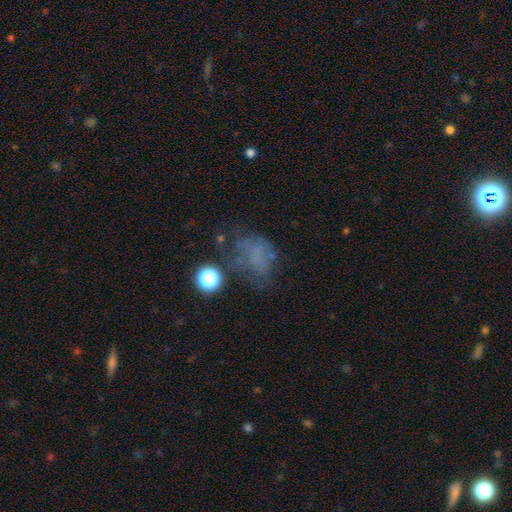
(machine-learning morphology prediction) smooth_or_featured: smooth (p=0.43) [alt: featured or disk p=0.31]
merging: none (p=0.39) [alt: major disturbance p=0.32]